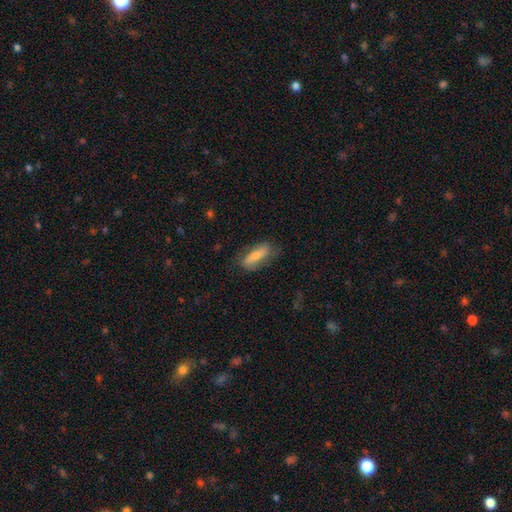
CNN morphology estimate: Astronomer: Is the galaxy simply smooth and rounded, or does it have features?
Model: smooth — 69%.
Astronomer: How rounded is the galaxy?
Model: in between — 55% (runner-up: cigar-shaped, 43%).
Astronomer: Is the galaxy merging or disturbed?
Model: none — 66%.